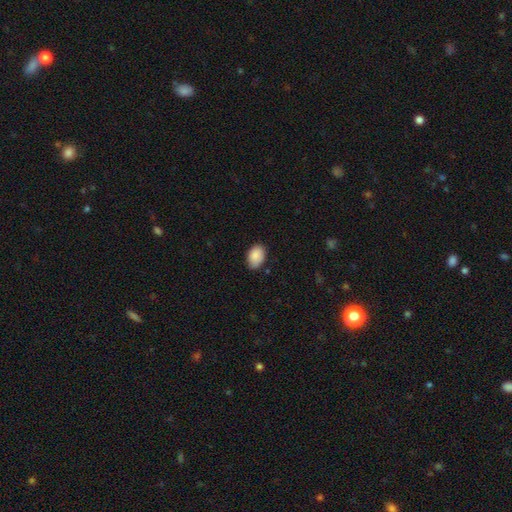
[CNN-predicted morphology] smooth 89%, star or artifact 7%, featured or disk 5%. Down the decision tree: how rounded — in between (88%); merging — none (76%).